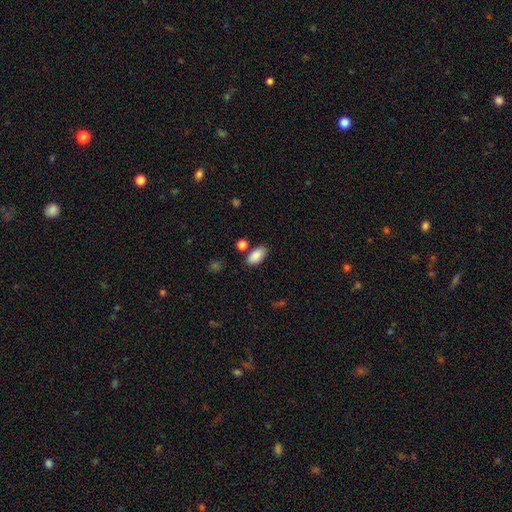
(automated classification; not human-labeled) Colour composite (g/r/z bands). It shows a smooth galaxy with no disk features (87%) that is in between round and cigar-shaped (94%). Merging: none (77%).